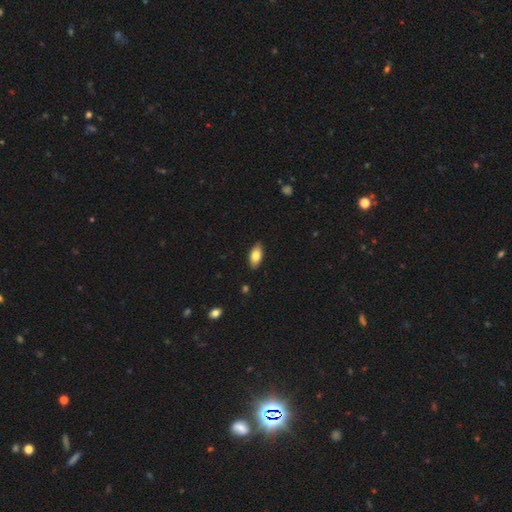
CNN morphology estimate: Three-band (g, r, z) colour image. It shows a smooth galaxy with no disk features (80%) that is in between round and cigar-shaped (91%). Merging: none (88%).